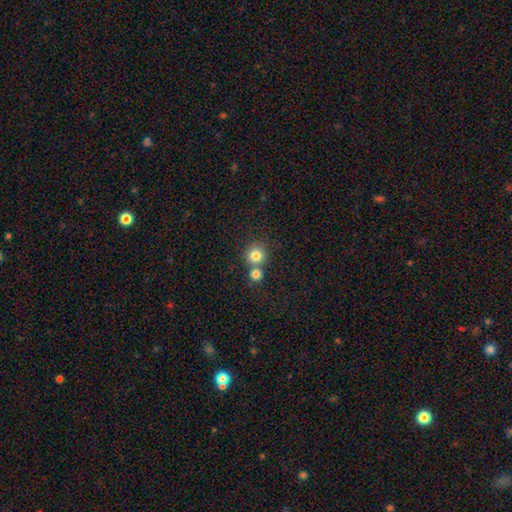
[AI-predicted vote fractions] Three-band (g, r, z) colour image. It shows a smooth galaxy with no disk features (80%) that is round (91%). Merging: none (54%).